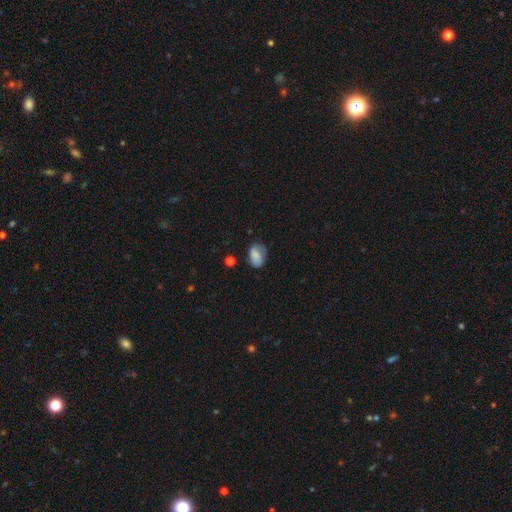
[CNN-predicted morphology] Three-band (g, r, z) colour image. It shows a smooth galaxy with no disk features (75%) that is in between round and cigar-shaped (78%). Merging: none (57%).